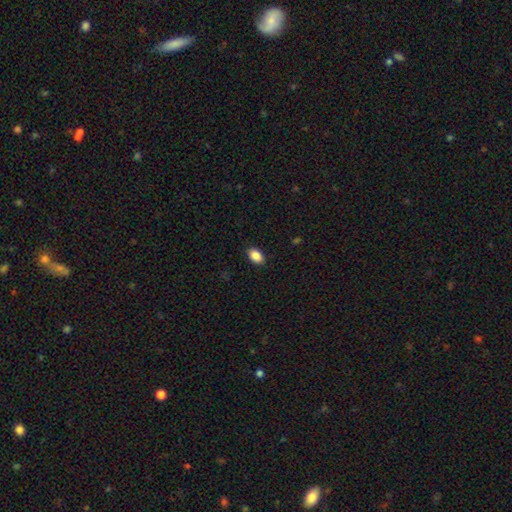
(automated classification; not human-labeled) Smooth or featured?
  - smooth: 89% *
  - star or artifact: 8%
  - featured or disk: 3%
How rounded?
  - in between: 88% *
  - round: 11%
  - cigar-shaped: 1%
Merging?
  - none: 89% *
  - minor disturbance: 8%
  - major disturbance: 2%
  - merger: 1%